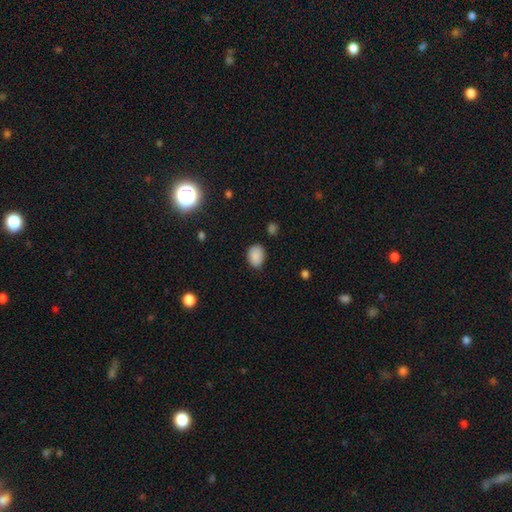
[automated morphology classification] This appears to be a smooth galaxy with no disk features (87%) that is in between round and cigar-shaped (70%). Merging: none (79%).